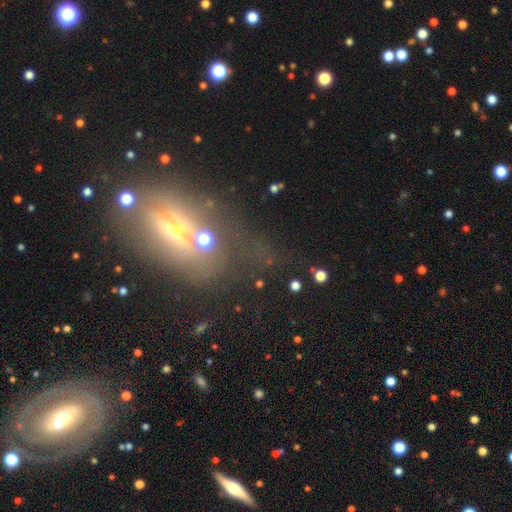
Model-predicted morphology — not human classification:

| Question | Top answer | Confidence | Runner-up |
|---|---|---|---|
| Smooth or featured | smooth | 36% | star or artifact (34%) |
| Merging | none | 47% | merger (27%) |